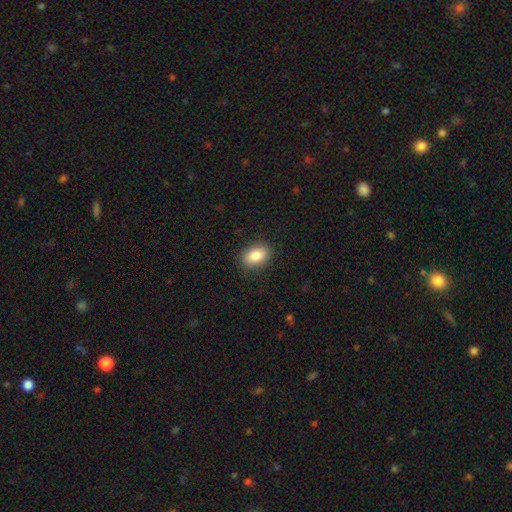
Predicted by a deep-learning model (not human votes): A smooth galaxy with no disk features (86%) that is in between round and cigar-shaped (87%). Merging: none (88%).